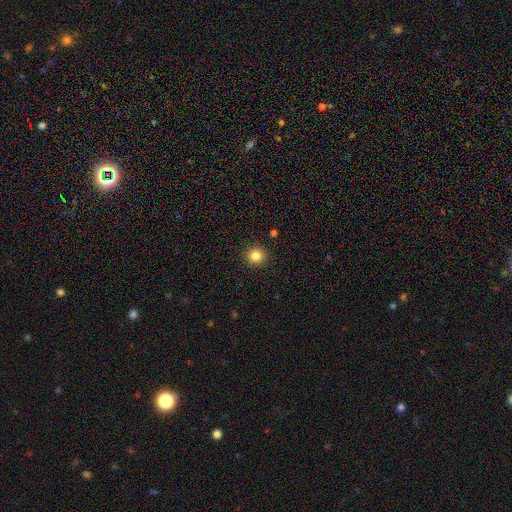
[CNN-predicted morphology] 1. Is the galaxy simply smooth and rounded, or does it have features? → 84% smooth, 11% star or artifact, 5% featured or disk.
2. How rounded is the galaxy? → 92% round, 7% in between, 1% cigar-shaped.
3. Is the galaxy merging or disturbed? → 92% none, 5% minor disturbance, 2% major disturbance, 1% merger.